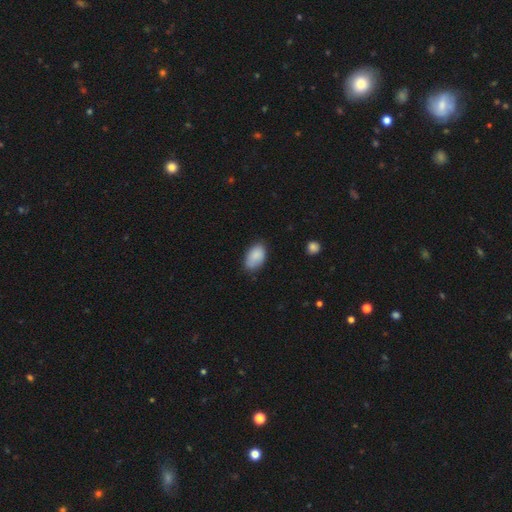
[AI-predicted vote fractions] This is clearly a smooth galaxy (86%). How rounded: clearly in between (92%). Merging: likely none (69%).